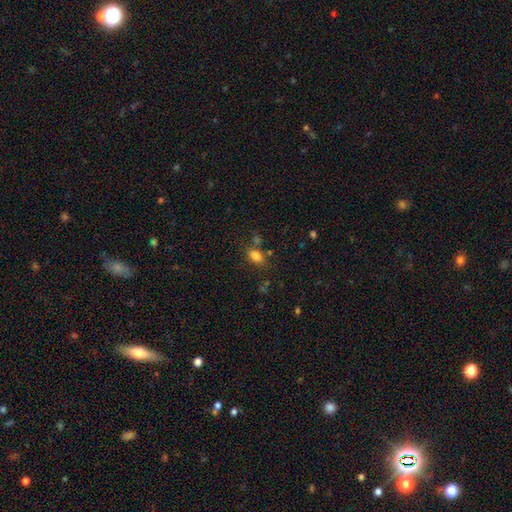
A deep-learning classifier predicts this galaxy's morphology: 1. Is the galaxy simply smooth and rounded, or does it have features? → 81% smooth, 12% star or artifact, 7% featured or disk.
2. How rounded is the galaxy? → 76% in between, 21% round, 3% cigar-shaped.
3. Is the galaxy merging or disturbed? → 65% none, 18% minor disturbance, 10% merger, 7% major disturbance.